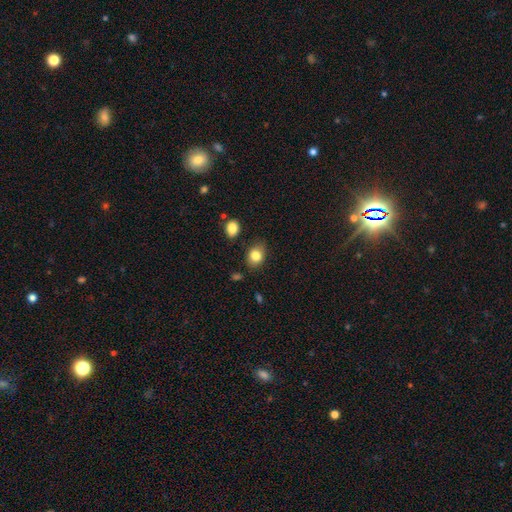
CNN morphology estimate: This is clearly a smooth galaxy (83%). How rounded: possibly in between (58%). Merging: likely none (78%).